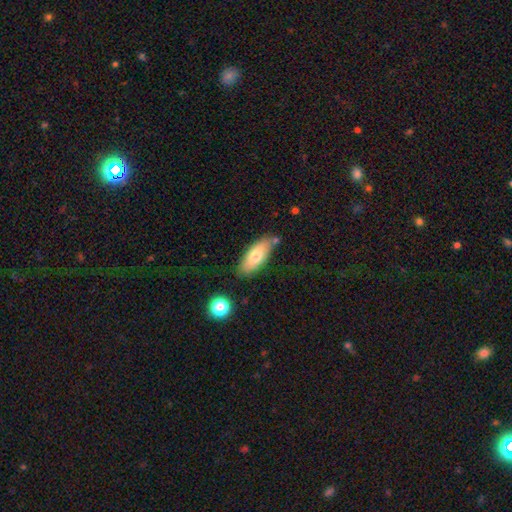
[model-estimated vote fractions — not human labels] Smooth or featured: smooth — 72% (featured or disk — 21%)
How rounded: in between — 78% (cigar-shaped — 20%)
Merging: none — 74% (minor disturbance — 17%)